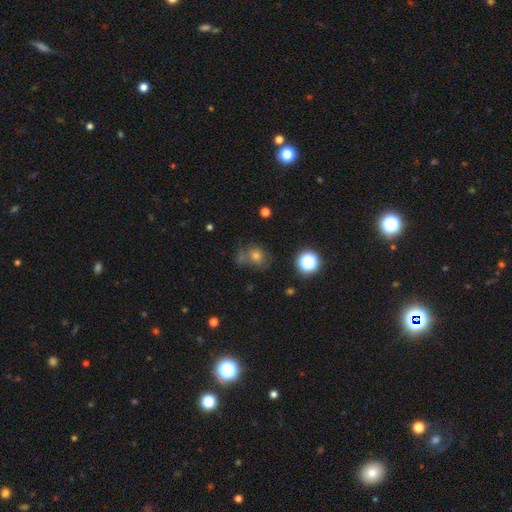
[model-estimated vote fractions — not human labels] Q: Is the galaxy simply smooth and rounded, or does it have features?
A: smooth — 60%.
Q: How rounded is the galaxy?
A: round — 71%.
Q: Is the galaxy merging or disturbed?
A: none — 53%.